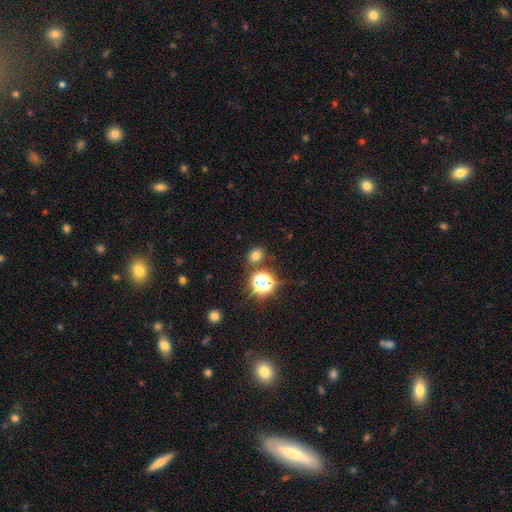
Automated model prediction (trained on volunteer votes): Q: Smooth or featured?
A: smooth (69%); runner-up: star or artifact (25%)
Q: How rounded?
A: round (52%); runner-up: in between (47%)
Q: Merging?
A: none (81%); runner-up: minor disturbance (10%)